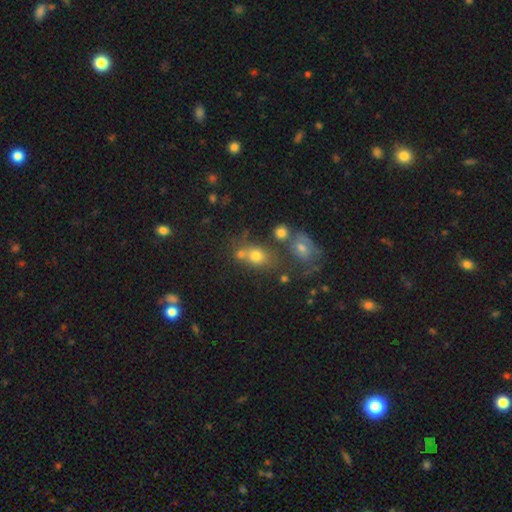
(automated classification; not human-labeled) A smooth galaxy with no disk features (70%) that is in between round and cigar-shaped (55%).

Vote fractions:
- Smooth or featured? smooth: 70% / star or artifact: 15% / featured or disk: 14%
- How rounded? in between: 55% / round: 42% / cigar-shaped: 3%
- Merging? none: 48% / merger: 29% / minor disturbance: 15% / major disturbance: 8%